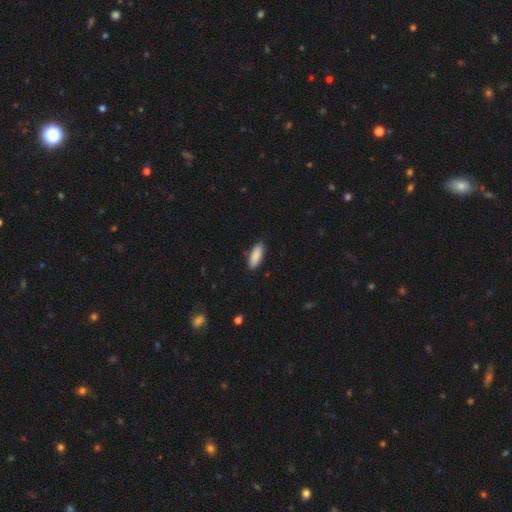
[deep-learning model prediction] This is clearly a smooth galaxy (89%). How rounded: likely in between (67%). Merging: clearly none (88%).